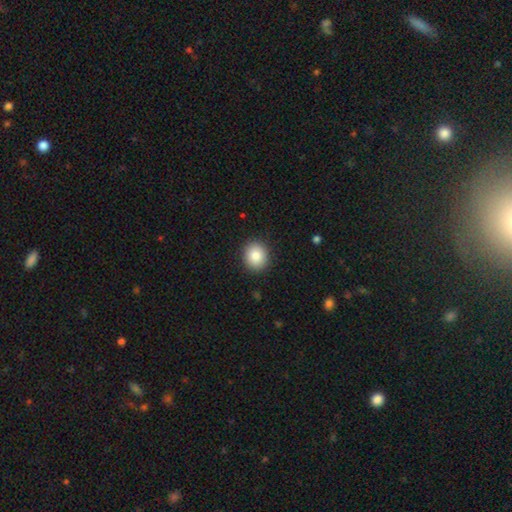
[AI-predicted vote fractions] smooth 86%, star or artifact 8%, featured or disk 6%. Down the decision tree: how rounded — round (80%); merging — none (91%).